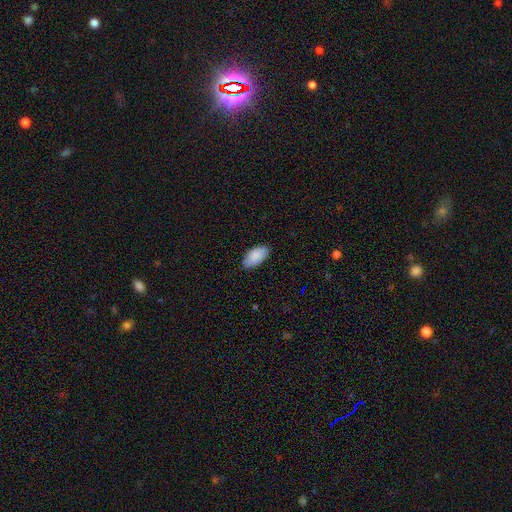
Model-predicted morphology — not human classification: A smooth galaxy with no disk features (89%) that is in between round and cigar-shaped (95%).

Vote fractions:
- Smooth or featured? smooth: 89% / star or artifact: 6% / featured or disk: 5%
- How rounded? in between: 95% / cigar-shaped: 3% / round: 2%
- Merging? none: 85% / minor disturbance: 12% / major disturbance: 2% / merger: 1%